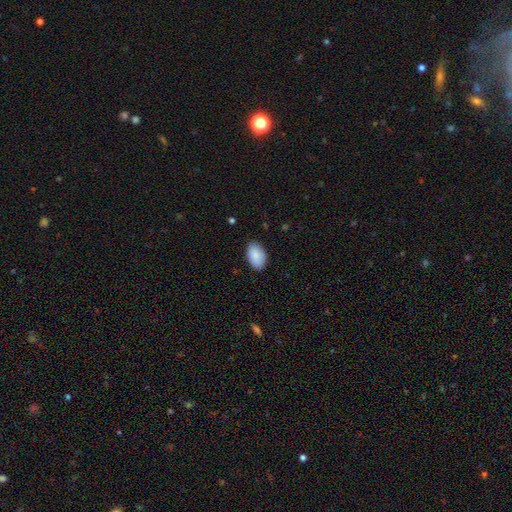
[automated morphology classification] Smooth or featured? smooth (90%)
How rounded? in between (93%)
Merging? none (84%)